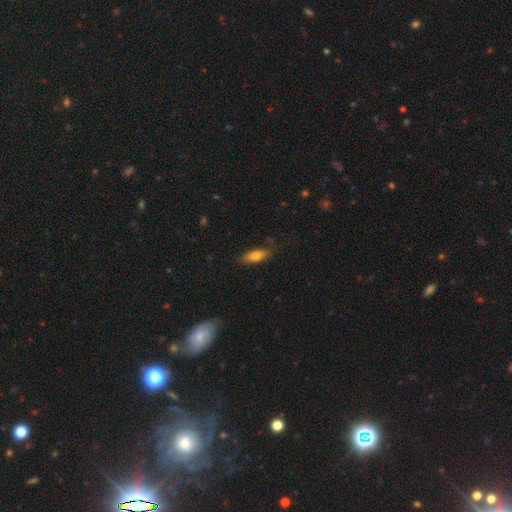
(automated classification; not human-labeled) Smooth or featured? smooth (77%)
How rounded? in between (68%)
Merging? none (76%)